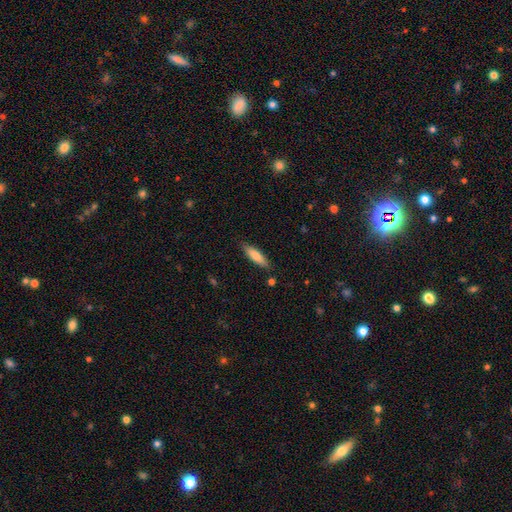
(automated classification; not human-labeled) A smooth galaxy with no disk features (77%) that is cigar-shaped (63%).

Vote fractions:
- Smooth or featured? smooth: 77% / featured or disk: 18% / star or artifact: 6%
- How rounded? cigar-shaped: 63% / in between: 35% / round: 2%
- Merging? none: 84% / minor disturbance: 11% / major disturbance: 2% / merger: 2%